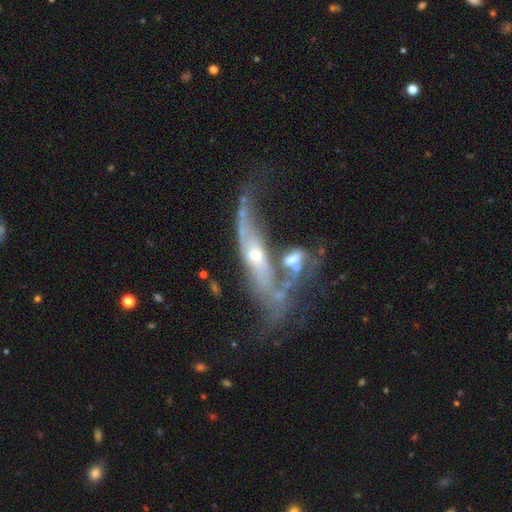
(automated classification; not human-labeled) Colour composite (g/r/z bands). It shows a featured or disk galaxy (78%) with no bar (61%), spiral arms (73%) and a moderate central bulge (48%). Merging: merger (45%).